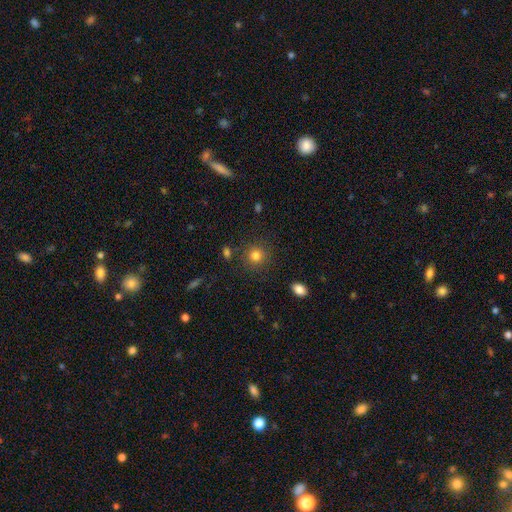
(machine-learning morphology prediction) Overall: smooth (82%). How rounded: round (90%). Merging: none (86%).